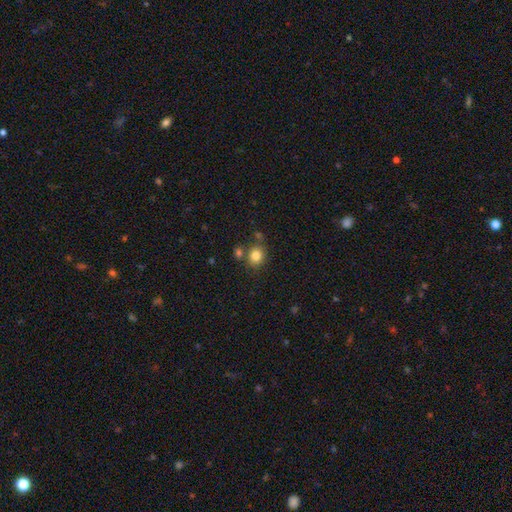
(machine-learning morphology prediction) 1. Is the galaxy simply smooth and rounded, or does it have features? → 82% smooth, 11% star or artifact, 7% featured or disk.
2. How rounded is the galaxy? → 71% round, 28% in between, 1% cigar-shaped.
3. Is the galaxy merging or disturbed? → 70% none, 14% merger, 12% minor disturbance, 4% major disturbance.